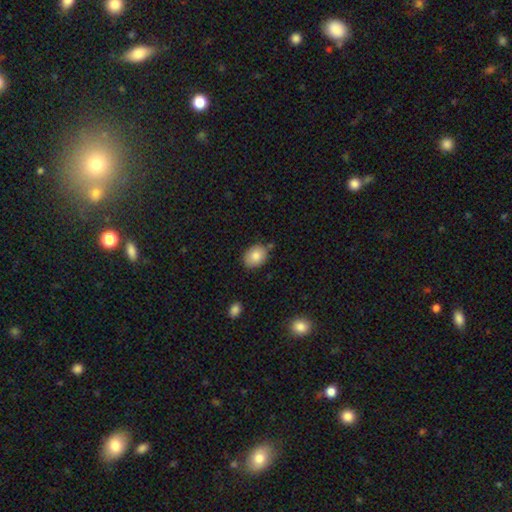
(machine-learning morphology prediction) Q: Smooth or featured?
A: smooth (83%); runner-up: featured or disk (9%)
Q: How rounded?
A: in between (63%); runner-up: round (36%)
Q: Merging?
A: none (79%); runner-up: minor disturbance (14%)